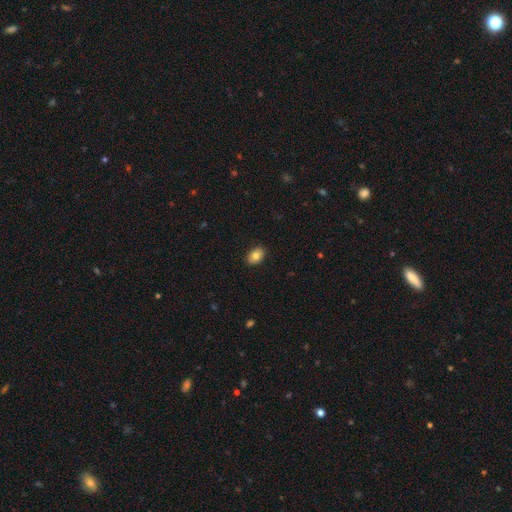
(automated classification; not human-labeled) The model was most divided on "how rounded": in between: 77%, round: 22%, cigar-shaped: 1%. More confident: merging — none (89%); smooth or featured — smooth (81%).